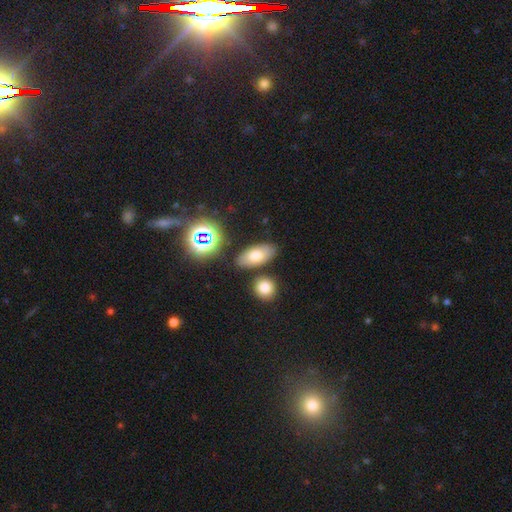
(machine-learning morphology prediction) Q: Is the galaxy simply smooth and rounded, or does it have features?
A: smooth — 70%.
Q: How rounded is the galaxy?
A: in between — 86%.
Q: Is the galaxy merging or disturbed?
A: none — 80%.